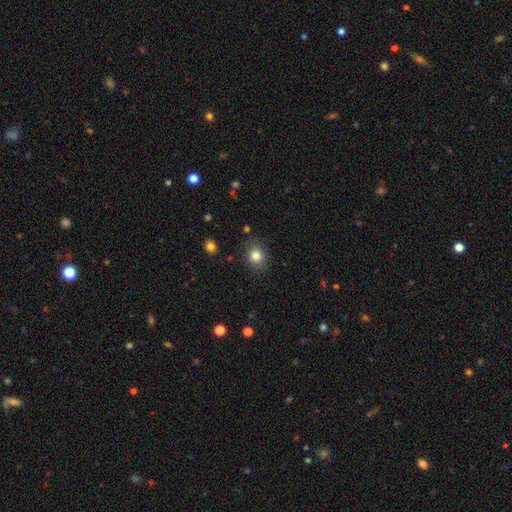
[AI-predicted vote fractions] This is clearly a smooth galaxy (82%). How rounded: likely round (62%). Merging: clearly none (83%).